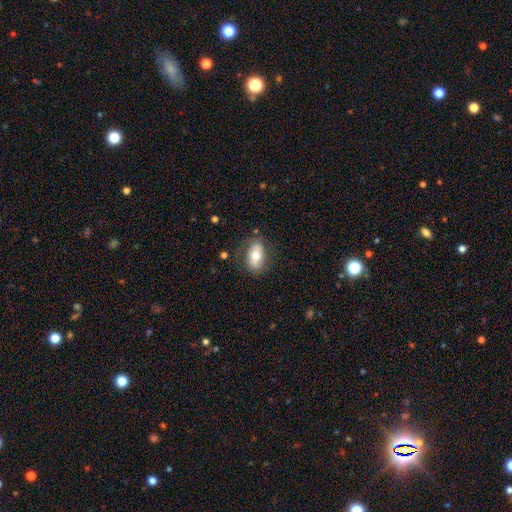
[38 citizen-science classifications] Morphology: type=smooth (74%); roundness=in between (93%); merging=none (86%).